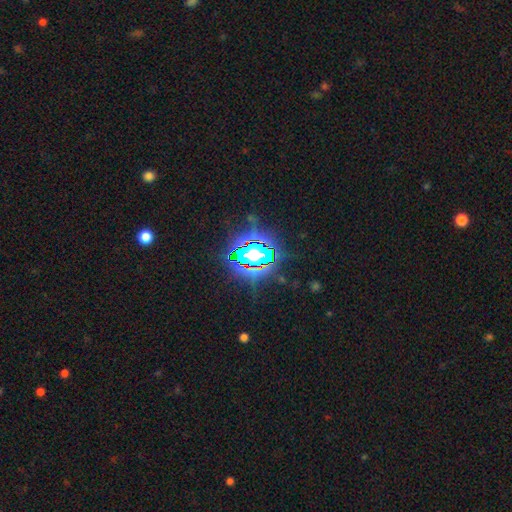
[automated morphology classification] type=star or artifact (71%).